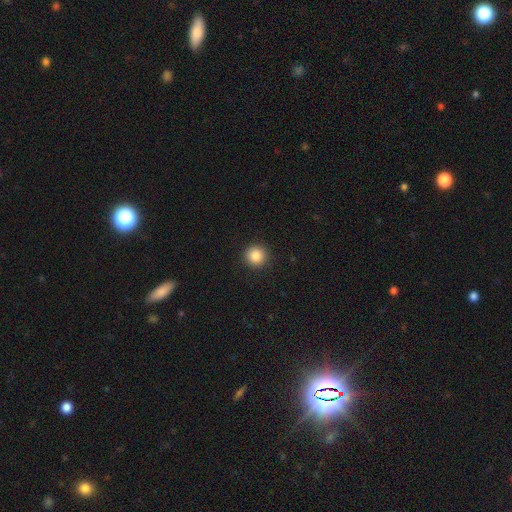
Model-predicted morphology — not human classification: smooth-or-featured: smooth: 86% | star or artifact: 10% | featured or disk: 4%
  how-rounded: round: 95% | in between: 4% | cigar-shaped: 1%
  merging: none: 93% | minor disturbance: 5% | major disturbance: 2% | merger: 1%